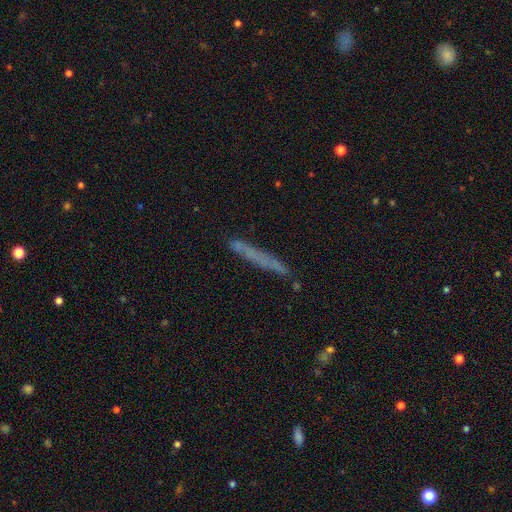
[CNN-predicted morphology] Q: Smooth or featured?
A: smooth (52%); runner-up: featured or disk (38%)
Q: How rounded?
A: cigar-shaped (95%); runner-up: in between (3%)
Q: Merging?
A: none (77%); runner-up: minor disturbance (15%)